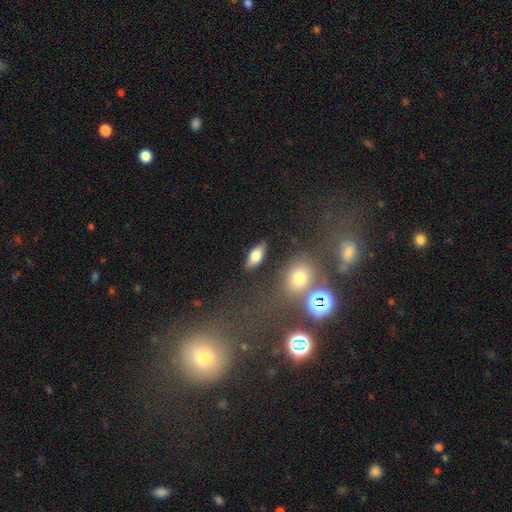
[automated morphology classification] Overall: smooth (69%). How rounded: in between (76%). Merging: none (85%).